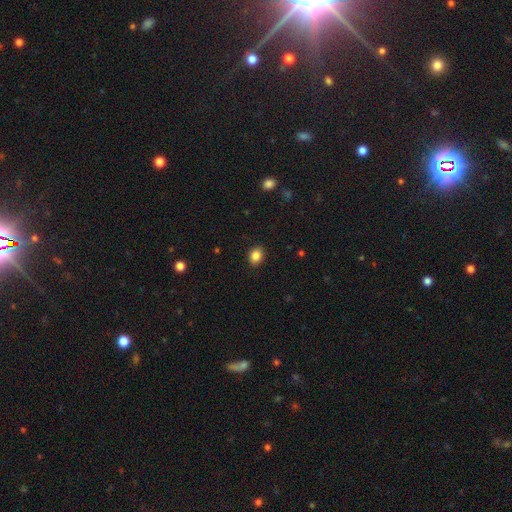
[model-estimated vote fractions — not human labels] This appears to be a smooth galaxy with no disk features (86%) that is in between round and cigar-shaped (54%). Merging: none (90%).